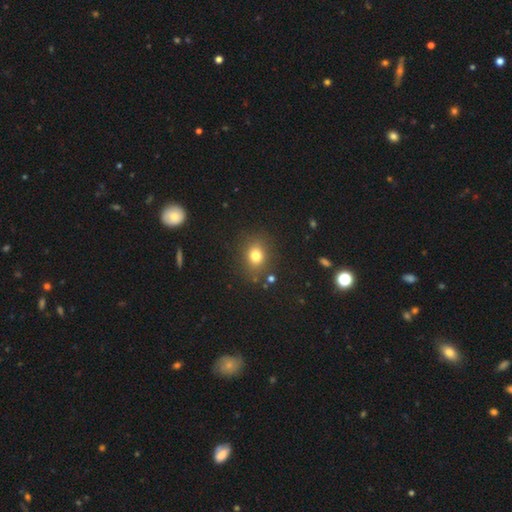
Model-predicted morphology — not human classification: Overall: smooth (77%). How rounded: round (62%; in between 37%). Merging: none (84%).